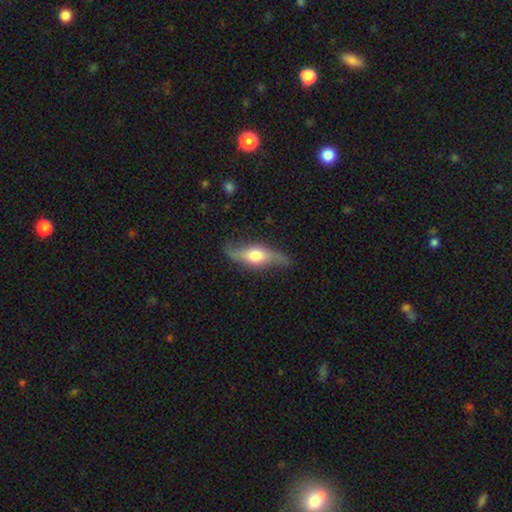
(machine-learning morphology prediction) Q: Smooth or featured?
A: featured or disk (67%); runner-up: smooth (28%)
Q: Edge-on disk?
A: yes (61%); runner-up: no (39%)
Q: Merging?
A: none (75%); runner-up: minor disturbance (18%)